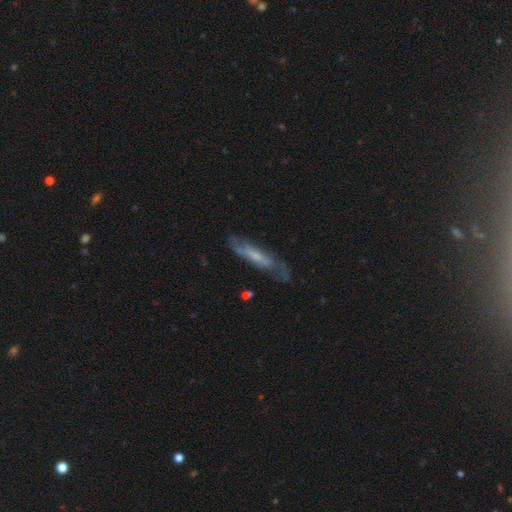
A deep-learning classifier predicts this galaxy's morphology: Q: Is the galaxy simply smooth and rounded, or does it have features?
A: featured or disk — 64%.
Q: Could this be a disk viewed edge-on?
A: no — 60%.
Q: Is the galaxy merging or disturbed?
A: none — 62%.